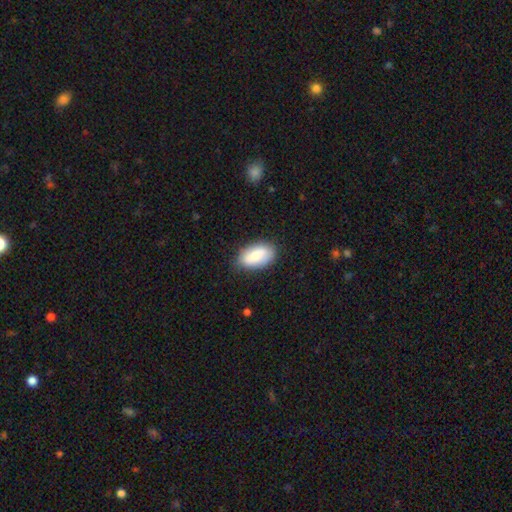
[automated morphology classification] Q: Smooth or featured?
A: smooth (79%); runner-up: featured or disk (15%)
Q: How rounded?
A: in between (93%); runner-up: round (5%)
Q: Merging?
A: none (78%); runner-up: minor disturbance (17%)